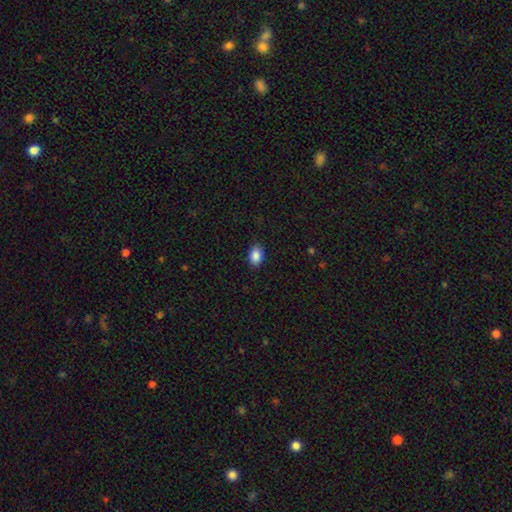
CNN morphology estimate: Smooth or featured: smooth — 88% (star or artifact — 8%)
How rounded: in between — 83% (round — 16%)
Merging: none — 87% (minor disturbance — 10%)